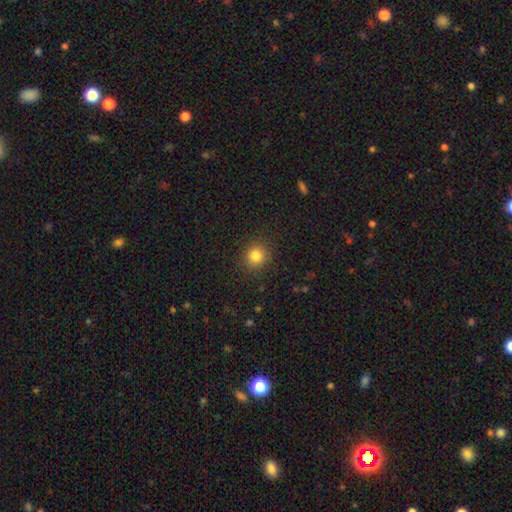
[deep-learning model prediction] A smooth galaxy with no disk features (82%) that is round (88%).

Vote fractions:
- Smooth or featured? smooth: 82% / star or artifact: 12% / featured or disk: 5%
- How rounded? round: 88% / in between: 11% / cigar-shaped: 1%
- Merging? none: 89% / minor disturbance: 7% / major disturbance: 3% / merger: 1%